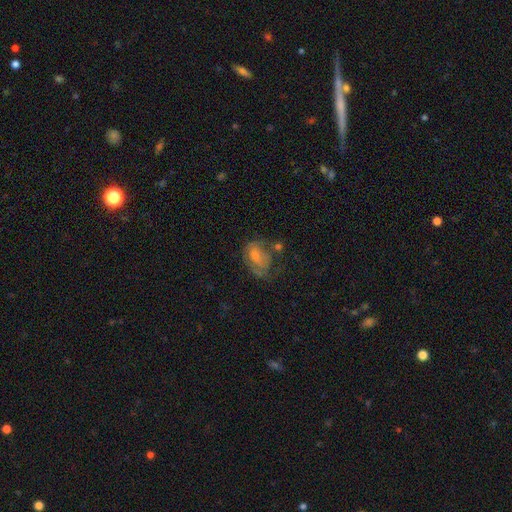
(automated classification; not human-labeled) Smooth or featured? featured or disk (47%)
Merging? none (45%)